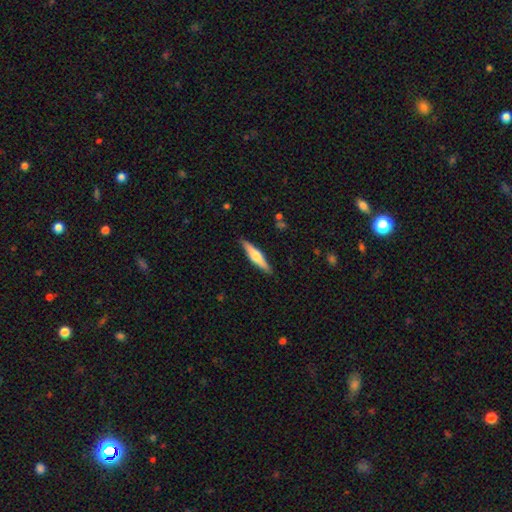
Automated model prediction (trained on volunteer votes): smooth-or-featured: featured or disk: 53% | smooth: 42% | star or artifact: 6%
  disk-edge-on: yes: 96% | no: 4%
    edge-on-bulge: rounded: 85% | boxy: 9% | none: 6%
  merging: none: 89% | minor disturbance: 8% | major disturbance: 2% | merger: 1%